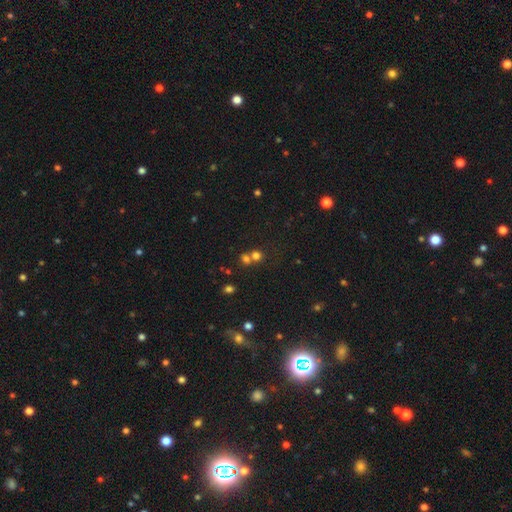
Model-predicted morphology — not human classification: smooth_or_featured: smooth (p=0.70) [alt: star or artifact p=0.20]
how_rounded: round (p=0.80) [alt: in between p=0.19]
merging: merger (p=0.49) [alt: none p=0.42]